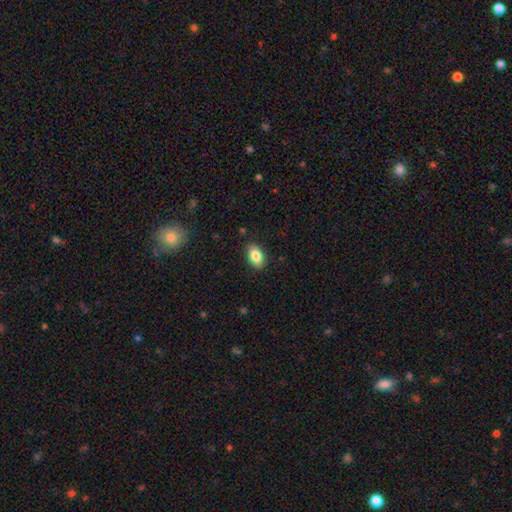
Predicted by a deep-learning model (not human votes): Smooth or featured?
  - smooth: 85% *
  - star or artifact: 8%
  - featured or disk: 8%
How rounded?
  - in between: 90% *
  - round: 8%
  - cigar-shaped: 2%
Merging?
  - none: 87% *
  - minor disturbance: 10%
  - major disturbance: 2%
  - merger: 1%